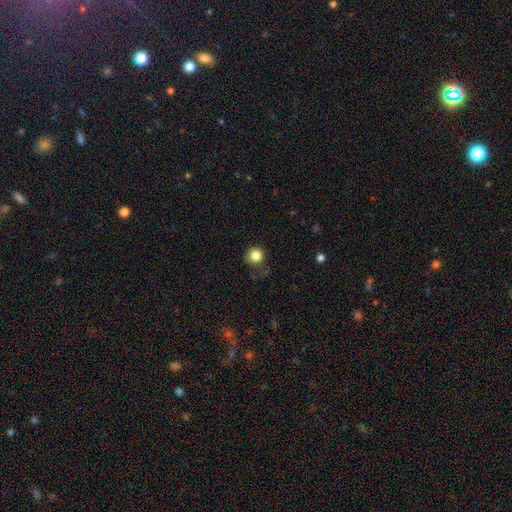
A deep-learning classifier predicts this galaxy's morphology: This is clearly a smooth galaxy (84%). How rounded: clearly round (92%). Merging: likely none (75%).